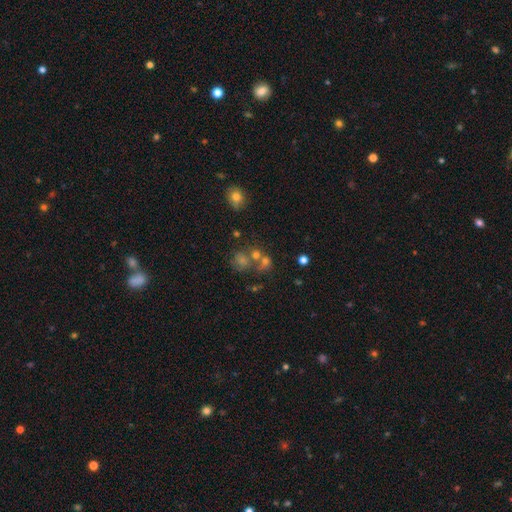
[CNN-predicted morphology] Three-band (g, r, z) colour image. It shows a smooth galaxy with no disk features (47%). Merging: none (42%).